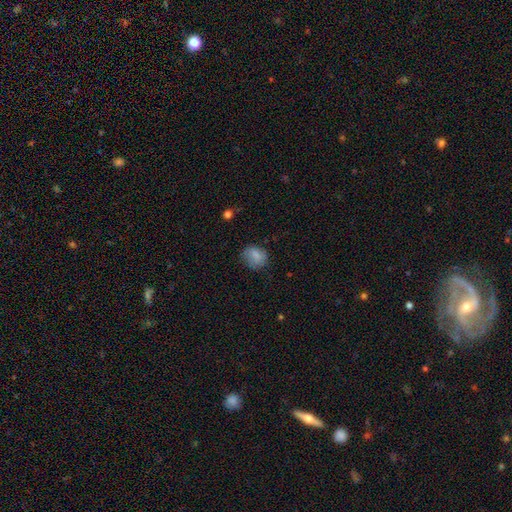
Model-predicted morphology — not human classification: A smooth galaxy with no disk features (79%) that is round (58%). Merging: none (68%).